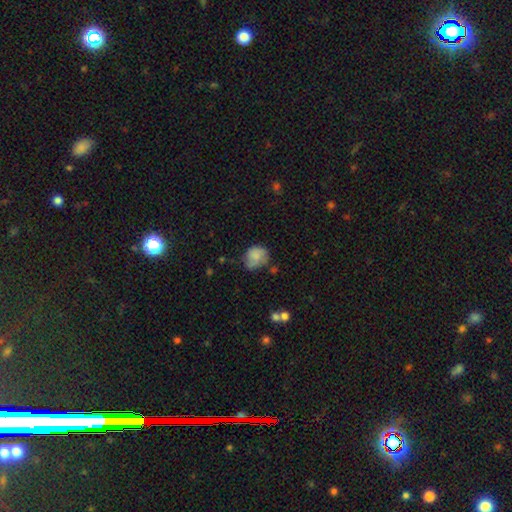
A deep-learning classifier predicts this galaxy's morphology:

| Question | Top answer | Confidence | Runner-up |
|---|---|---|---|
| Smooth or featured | smooth | 73% | featured or disk (18%) |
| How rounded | round | 54% | in between (45%) |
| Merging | none | 45% | minor disturbance (36%) |